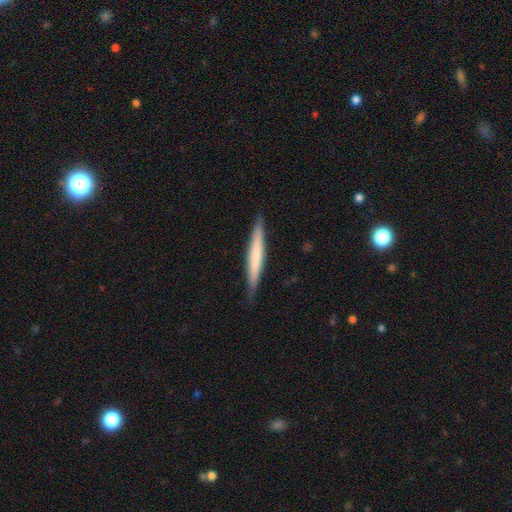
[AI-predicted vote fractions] smooth_or_featured: smooth (p=0.49) [alt: featured or disk p=0.43]
merging: none (p=0.90) [alt: minor disturbance p=0.08]